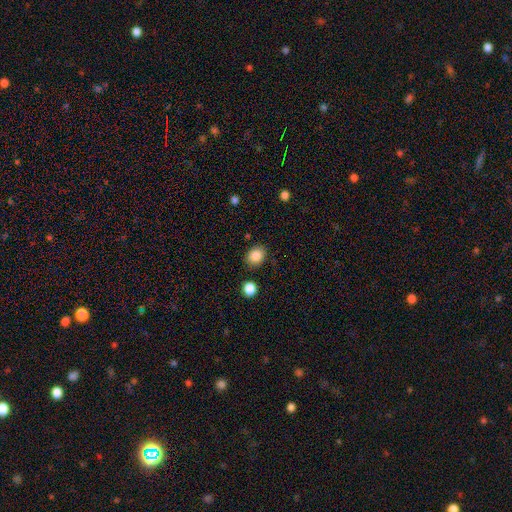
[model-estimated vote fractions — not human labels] smooth_or_featured: smooth (p=0.87) [alt: star or artifact p=0.09]
how_rounded: round (p=0.52) [alt: in between p=0.47]
merging: none (p=0.85) [alt: minor disturbance p=0.09]